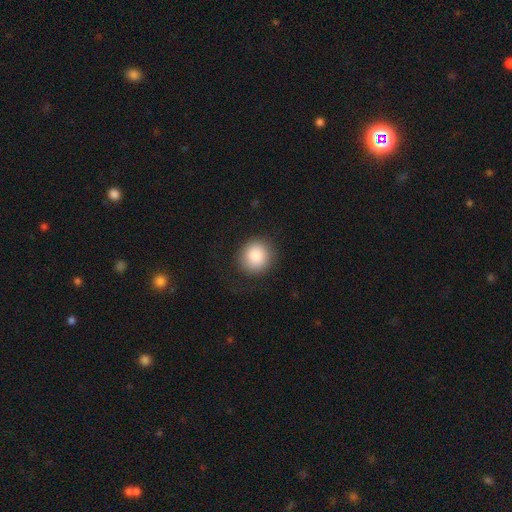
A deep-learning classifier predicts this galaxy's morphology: A smooth galaxy with no disk features (86%) that is round (91%). Merging: none (86%).